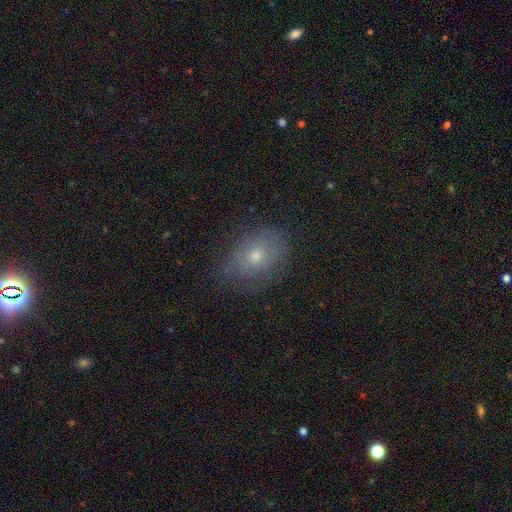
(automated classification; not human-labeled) This is possibly a smooth galaxy (59%). How rounded: likely in between (64%). Merging: likely none (76%).